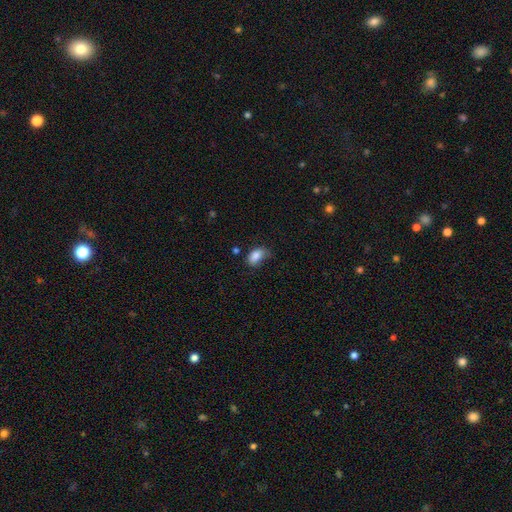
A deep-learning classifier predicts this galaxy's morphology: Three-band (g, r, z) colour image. It shows a smooth galaxy with no disk features (85%) that is in between round and cigar-shaped (91%). Merging: none (56%).